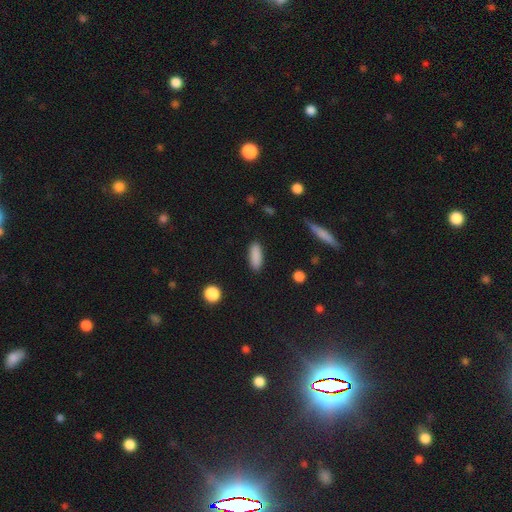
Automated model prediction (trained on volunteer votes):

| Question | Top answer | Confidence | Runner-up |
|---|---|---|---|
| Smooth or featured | smooth | 88% | star or artifact (7%) |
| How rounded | in between | 62% | cigar-shaped (36%) |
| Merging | none | 88% | minor disturbance (8%) |